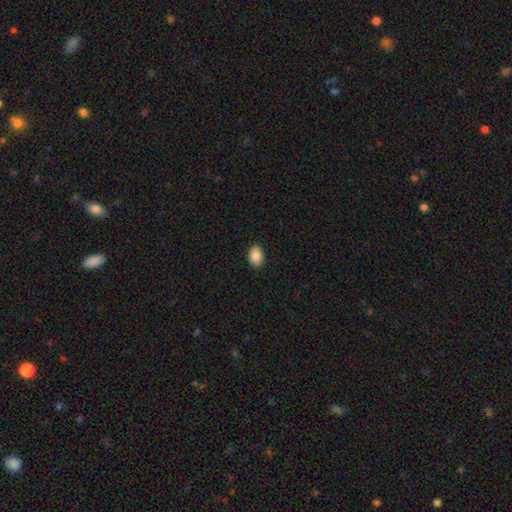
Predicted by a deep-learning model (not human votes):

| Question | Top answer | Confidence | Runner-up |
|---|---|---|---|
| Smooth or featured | smooth | 88% | star or artifact (7%) |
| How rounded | in between | 83% | round (16%) |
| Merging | none | 90% | minor disturbance (8%) |